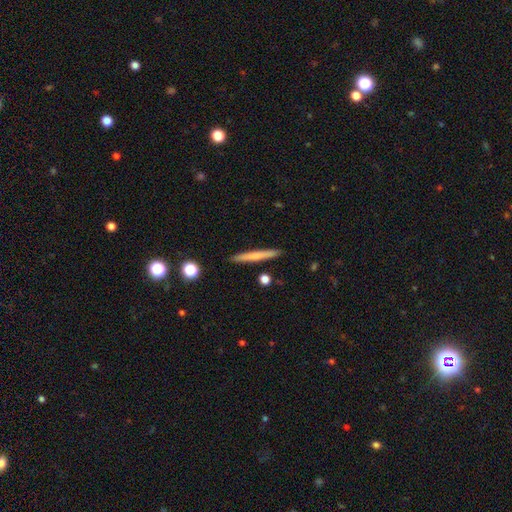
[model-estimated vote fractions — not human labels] This appears to be a smooth galaxy with no disk features (63%) that is cigar-shaped (96%). Merging: none (91%).